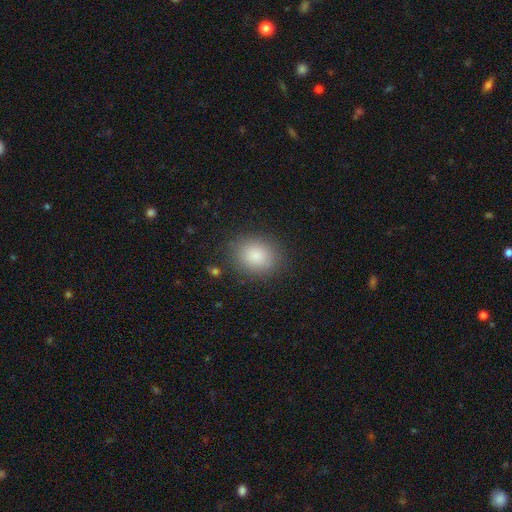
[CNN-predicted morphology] This appears to be a smooth galaxy with no disk features (86%) that is round (56%). Merging: none (85%).